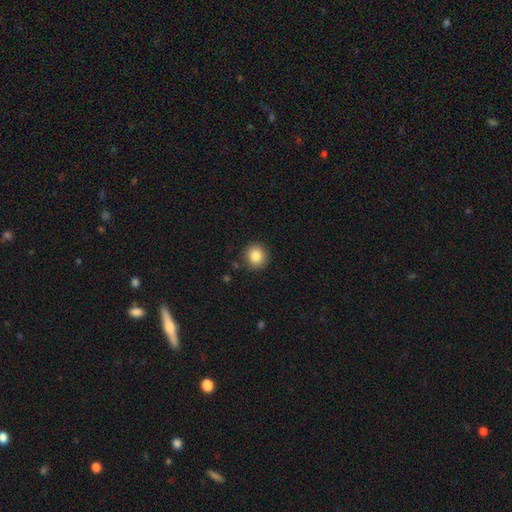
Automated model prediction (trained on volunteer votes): Smooth or featured: smooth — 85% (star or artifact — 9%)
How rounded: round — 89% (in between — 10%)
Merging: none — 90% (minor disturbance — 7%)